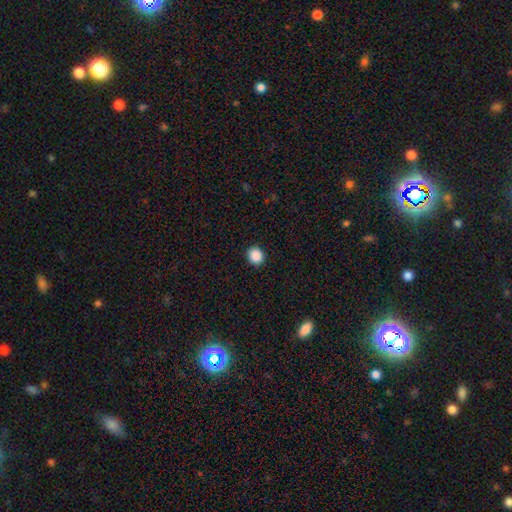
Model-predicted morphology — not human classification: Smooth or featured?
  - smooth: 89% *
  - star or artifact: 9%
  - featured or disk: 2%
How rounded?
  - round: 83% *
  - in between: 16%
  - cigar-shaped: 1%
Merging?
  - none: 92% *
  - minor disturbance: 5%
  - major disturbance: 2%
  - merger: 1%